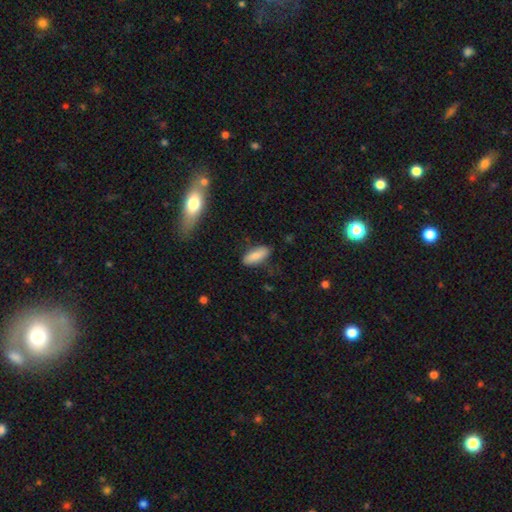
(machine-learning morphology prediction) Smooth or featured? Predicted: smooth (p=0.83). How rounded? Predicted: in between (p=0.77). Merging? Predicted: none (p=0.80).